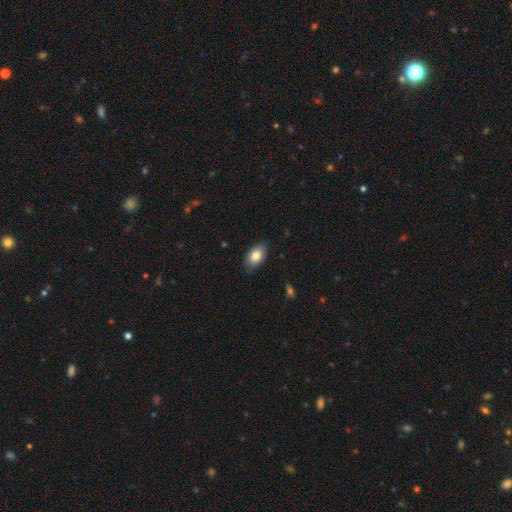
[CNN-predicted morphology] Smooth or featured? smooth (83%)
How rounded? in between (92%)
Merging? none (84%)